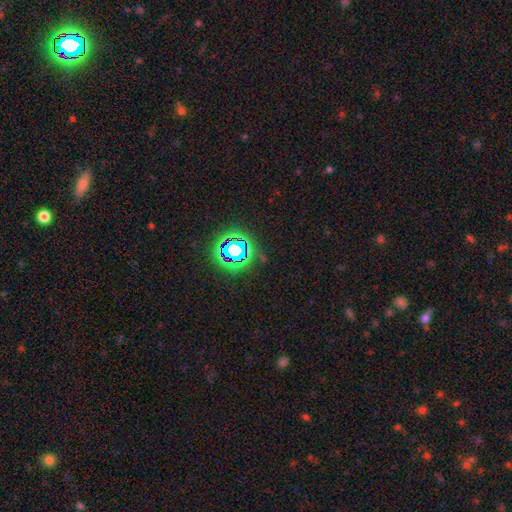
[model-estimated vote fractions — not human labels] Smooth or featured? Predicted: star or artifact (p=0.78).